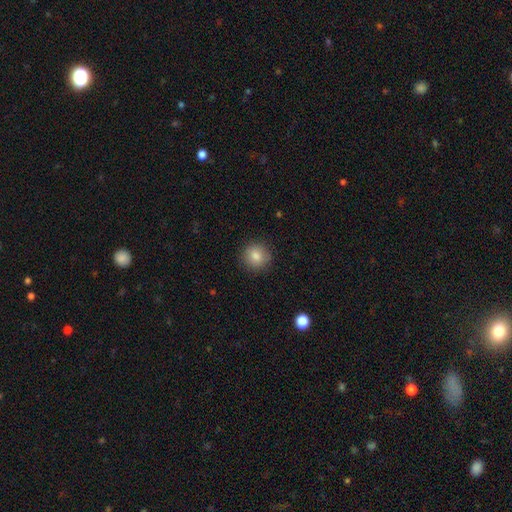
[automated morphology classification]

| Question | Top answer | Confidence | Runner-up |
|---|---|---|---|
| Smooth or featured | smooth | 84% | star or artifact (10%) |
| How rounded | round | 92% | in between (7%) |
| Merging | none | 90% | minor disturbance (7%) |